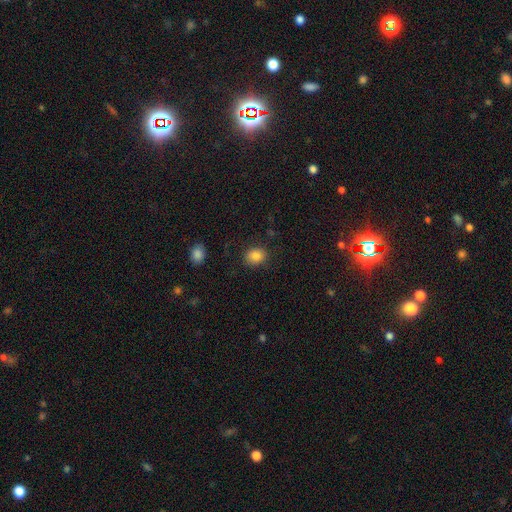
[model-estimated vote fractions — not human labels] Morphology: type=smooth (84%); roundness=round (54%); merging=none (84%).